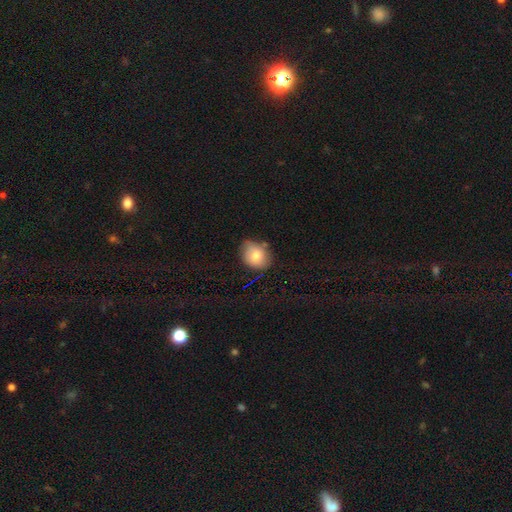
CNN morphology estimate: Overall: smooth (76%). How rounded: in between (53%; round 46%). Merging: none (66%).